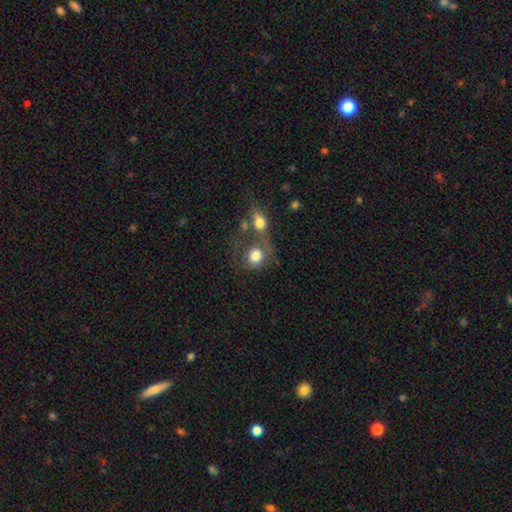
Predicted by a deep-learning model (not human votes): smooth 77%, featured or disk 13%, star or artifact 10%. Down the decision tree: how rounded — round (75%); merging — merger (40%).